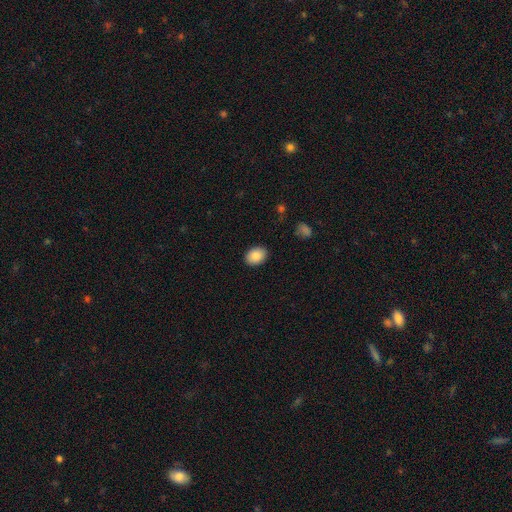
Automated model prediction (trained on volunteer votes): This is clearly a smooth galaxy (87%). How rounded: likely in between (71%). Merging: clearly none (90%).